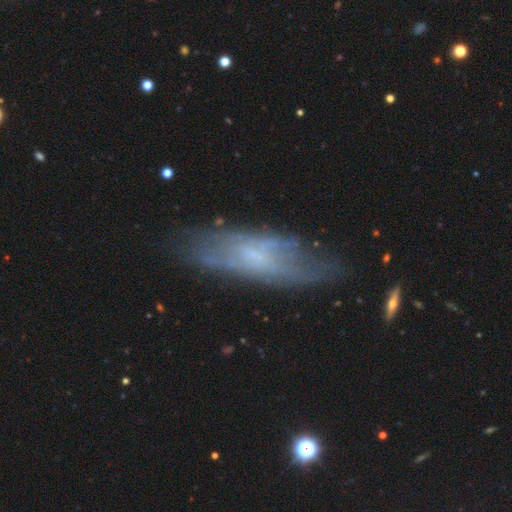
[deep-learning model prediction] This is possibly a featured or disk galaxy (56%). It is likely not viewed edge-on (70%). Merging: likely none (67%).